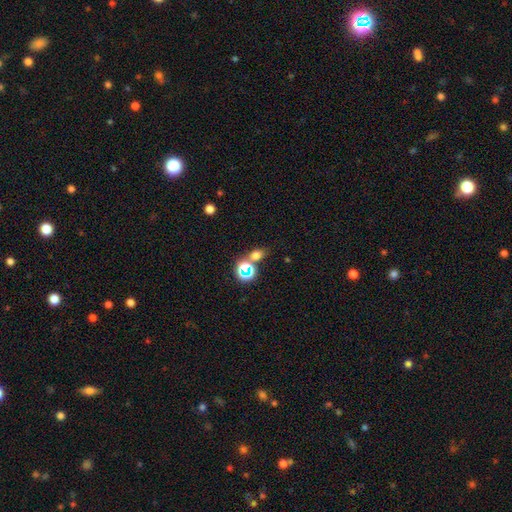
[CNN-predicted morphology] Overall: smooth (62%; star or artifact 29%). How rounded: round (49%, tied with in between). Merging: none (62%; merger 24%).